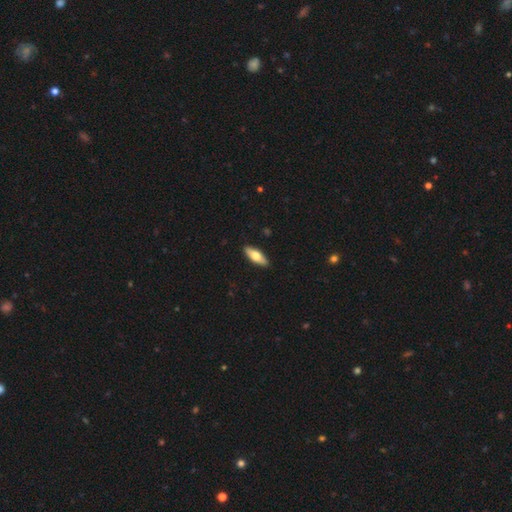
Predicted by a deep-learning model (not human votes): Smooth or featured?
  - smooth: 65% *
  - featured or disk: 30%
  - star or artifact: 5%
How rounded?
  - in between: 66% *
  - cigar-shaped: 32%
  - round: 2%
Merging?
  - none: 91% *
  - minor disturbance: 7%
  - major disturbance: 1%
  - merger: 1%